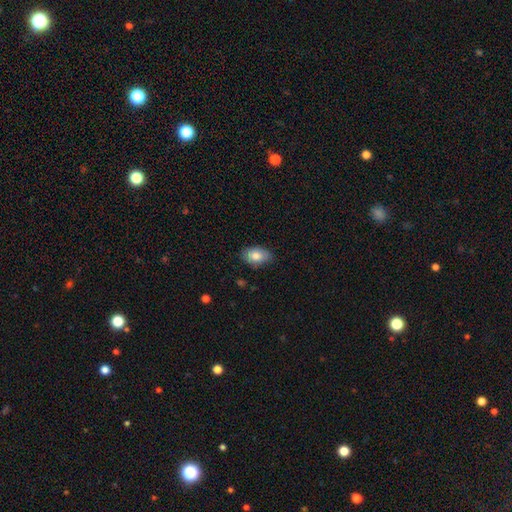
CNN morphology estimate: This is clearly a smooth galaxy (83%). How rounded: clearly in between (89%). Merging: likely none (80%).